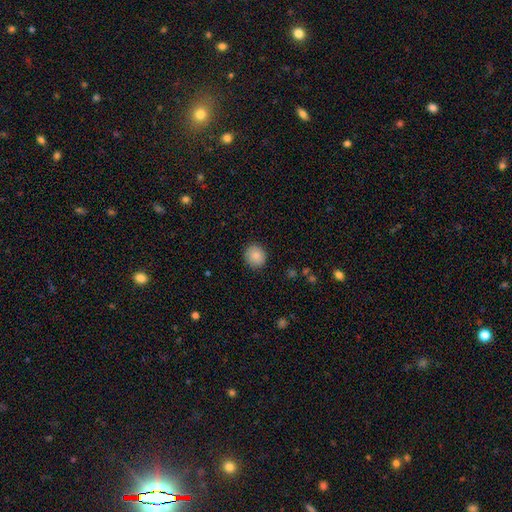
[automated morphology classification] A smooth galaxy with no disk features (86%) that is round (86%). Merging: none (89%).